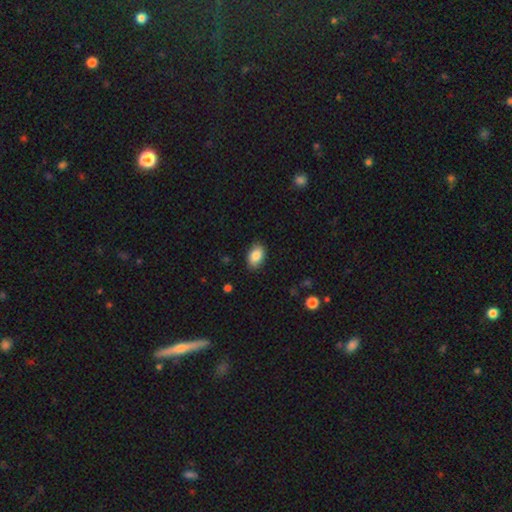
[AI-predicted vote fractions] Smooth or featured?
  - smooth: 87% *
  - star or artifact: 7%
  - featured or disk: 6%
How rounded?
  - in between: 91% *
  - round: 8%
  - cigar-shaped: 1%
Merging?
  - none: 86% *
  - minor disturbance: 11%
  - major disturbance: 2%
  - merger: 1%